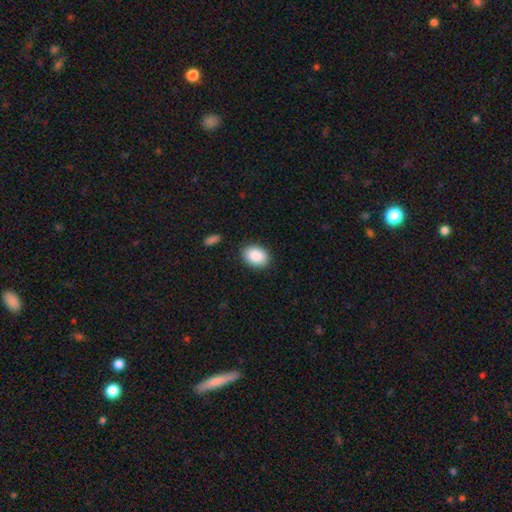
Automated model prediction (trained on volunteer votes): Smooth or featured: smooth — 89% (star or artifact — 7%)
How rounded: in between — 78% (round — 21%)
Merging: none — 87% (minor disturbance — 9%)